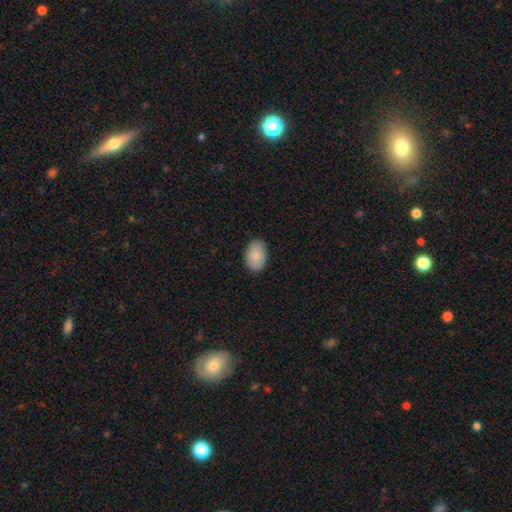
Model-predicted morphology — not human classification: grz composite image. It shows a smooth galaxy with no disk features (87%) that is in between round and cigar-shaped (87%). Merging: none (84%).